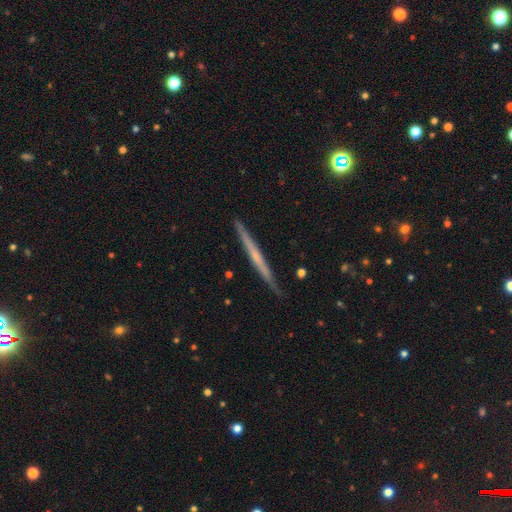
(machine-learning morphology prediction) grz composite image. It shows a featured or disk galaxy (59%) viewed edge-on (97%) with no central bulge (79%). Merging: none (89%).